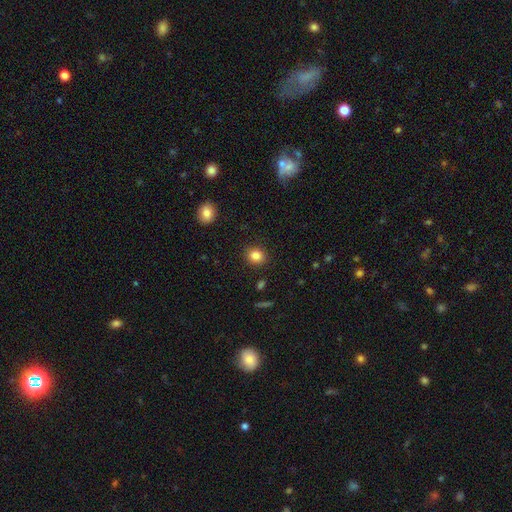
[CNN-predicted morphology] Overall: smooth (84%). How rounded: round (73%). Merging: none (90%).